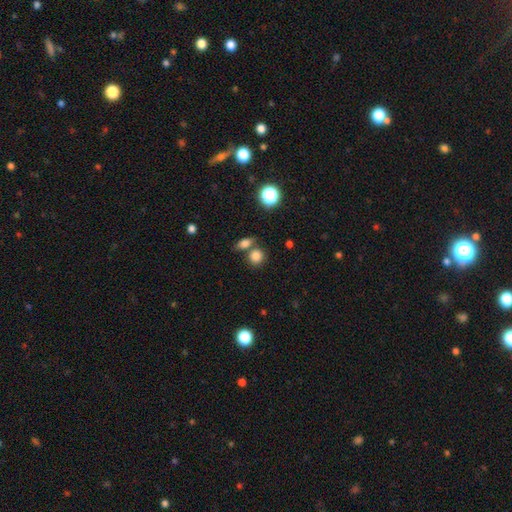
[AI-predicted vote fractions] Q: Smooth or featured?
A: smooth (81%); runner-up: star or artifact (12%)
Q: How rounded?
A: round (79%); runner-up: in between (19%)
Q: Merging?
A: none (60%); runner-up: merger (27%)